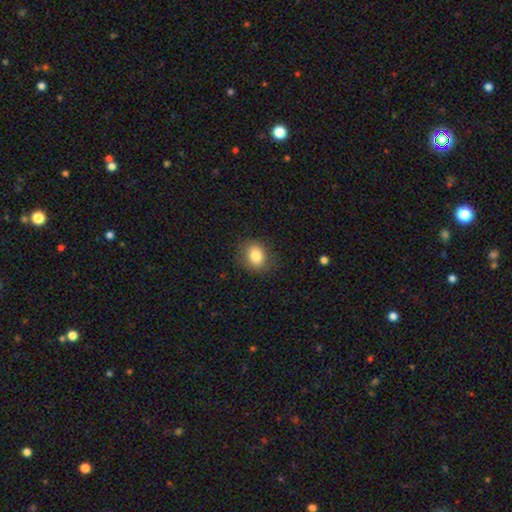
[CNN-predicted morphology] Smooth or featured: smooth — 82% (star or artifact — 10%)
How rounded: round — 50% (in between — 49%)
Merging: none — 82% (minor disturbance — 13%)